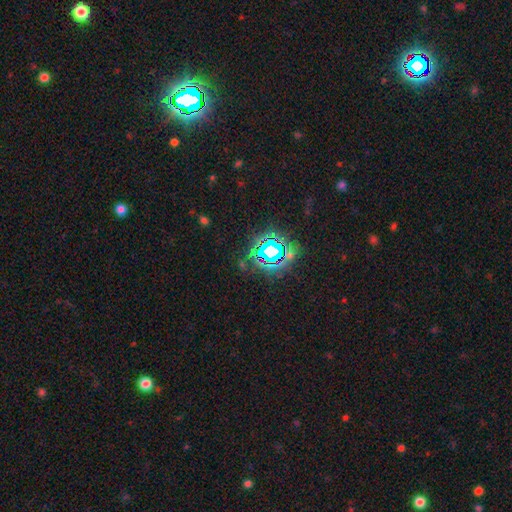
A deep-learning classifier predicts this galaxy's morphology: This appears to be a star or artifact, not a galaxy (82%).